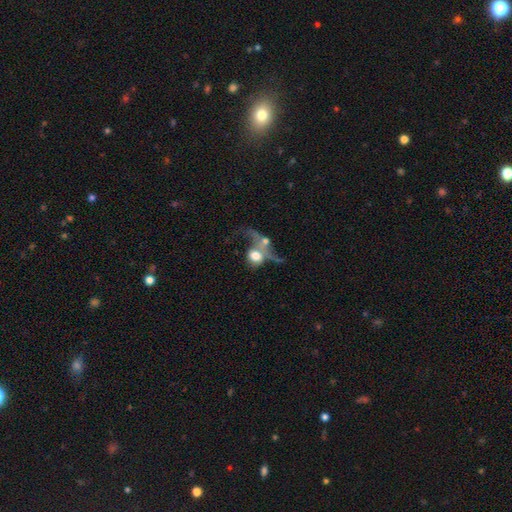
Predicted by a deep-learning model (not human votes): smooth-or-featured: smooth: 51% | featured or disk: 38% | star or artifact: 11%
  how-rounded: round: 56% | in between: 41% | cigar-shaped: 3%
  merging: merger: 46% | major disturbance: 32% | none: 14% | minor disturbance: 8%